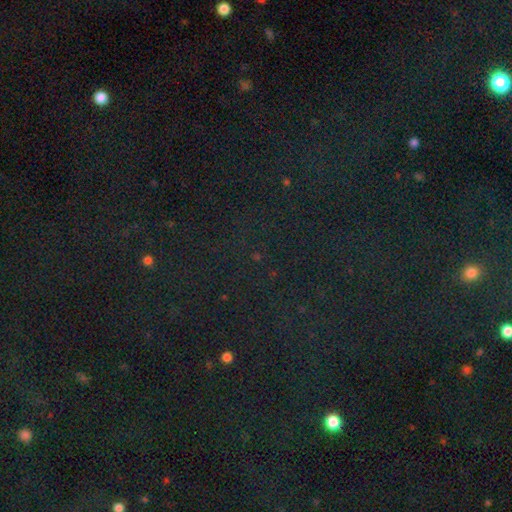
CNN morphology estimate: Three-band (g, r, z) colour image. It shows a star or artifact, not a galaxy (80%).